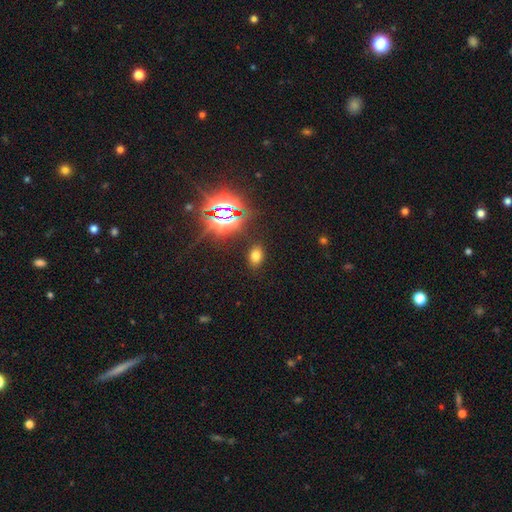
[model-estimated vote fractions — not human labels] Q: Smooth or featured?
A: smooth (65%); runner-up: star or artifact (27%)
Q: How rounded?
A: in between (81%); runner-up: round (17%)
Q: Merging?
A: none (86%); runner-up: minor disturbance (8%)